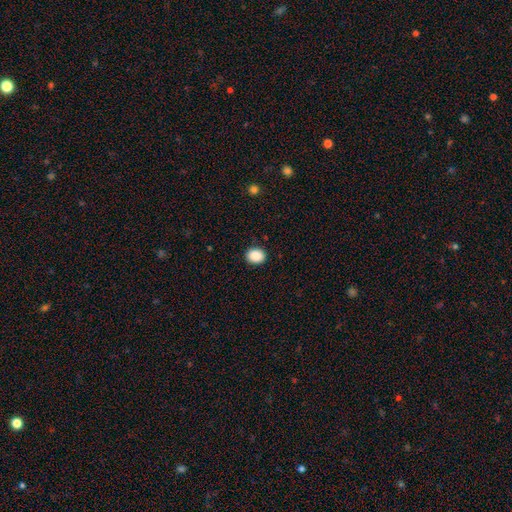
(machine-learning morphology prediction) This appears to be a smooth galaxy with no disk features (89%) that is round (58%). Merging: none (90%).